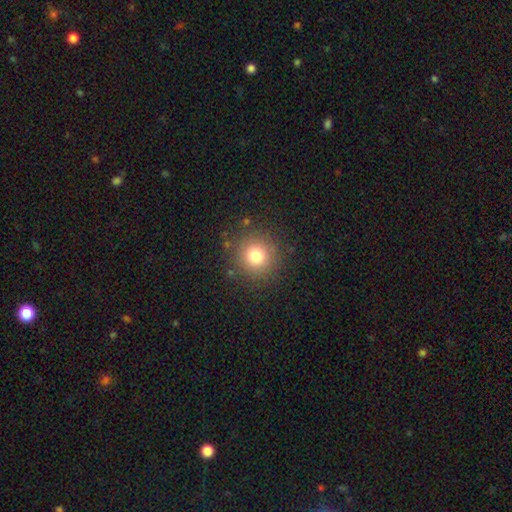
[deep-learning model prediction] Morphology: type=smooth (78%); roundness=round (94%); merging=none (87%).